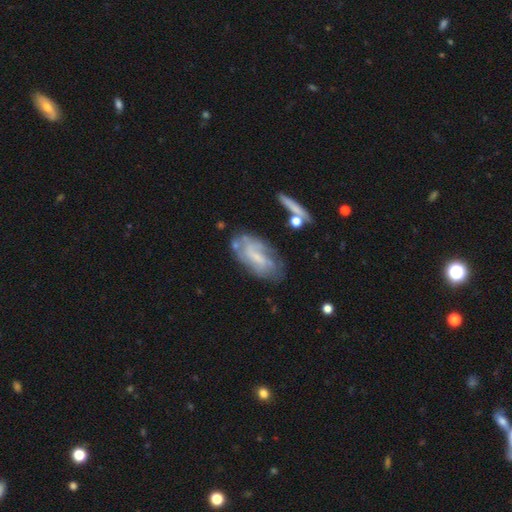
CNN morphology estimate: smooth_or_featured: featured or disk (p=0.62) [alt: smooth p=0.30]
disk_edge_on: no (p=0.91) [alt: yes p=0.09]
bar: weak (p=0.44) [alt: no p=0.42]
has_spiral_arms: yes (p=0.71) [alt: no p=0.29]
bulge_size: small (p=0.38) [alt: none p=0.34]
merging: none (p=0.55) [alt: minor disturbance p=0.24]